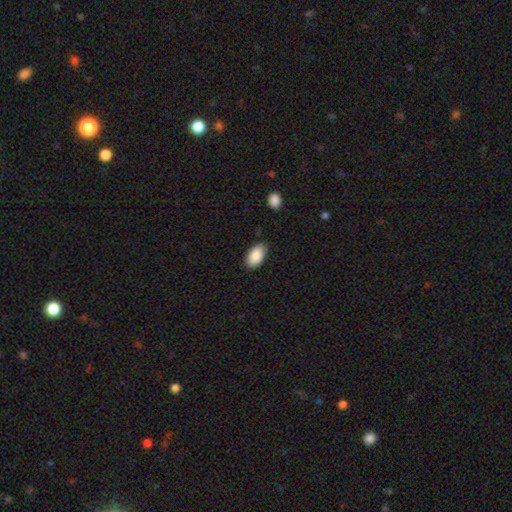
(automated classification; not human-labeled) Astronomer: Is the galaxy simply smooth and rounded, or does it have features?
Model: smooth — 89%.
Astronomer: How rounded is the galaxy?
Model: in between — 95%.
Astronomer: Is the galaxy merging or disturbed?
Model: none — 83%.